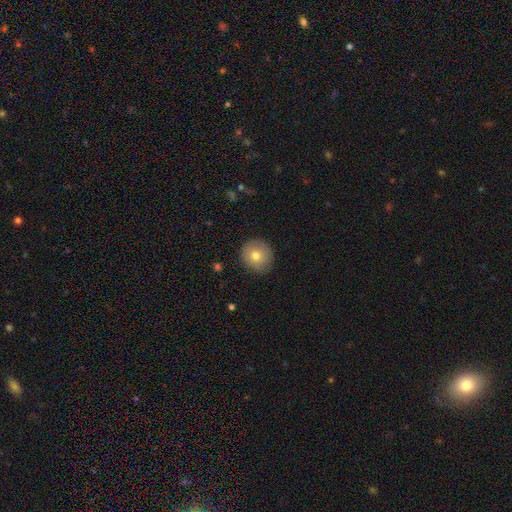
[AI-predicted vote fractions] A smooth galaxy with no disk features (77%) that is round (90%). Merging: none (86%).